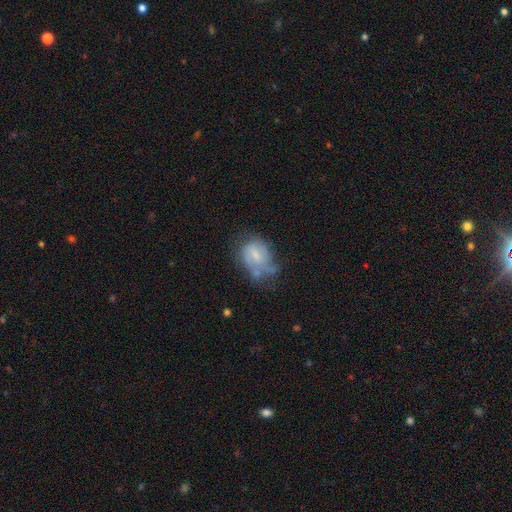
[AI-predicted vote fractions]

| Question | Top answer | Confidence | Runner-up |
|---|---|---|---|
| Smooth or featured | featured or disk | 57% | smooth (35%) |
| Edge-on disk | no | 97% | yes (3%) |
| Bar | weak | 51% | no (36%) |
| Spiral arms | yes | 68% | no (32%) |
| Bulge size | small | 47% | moderate (31%) |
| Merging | none | 36% | minor disturbance (31%) |